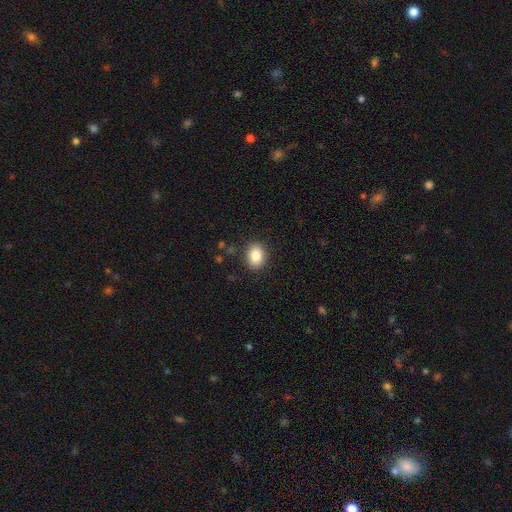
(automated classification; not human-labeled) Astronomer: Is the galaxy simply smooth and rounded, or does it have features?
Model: smooth — 85%.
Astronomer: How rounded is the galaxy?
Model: in between — 57% (runner-up: round, 42%).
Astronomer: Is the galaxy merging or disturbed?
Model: none — 88%.